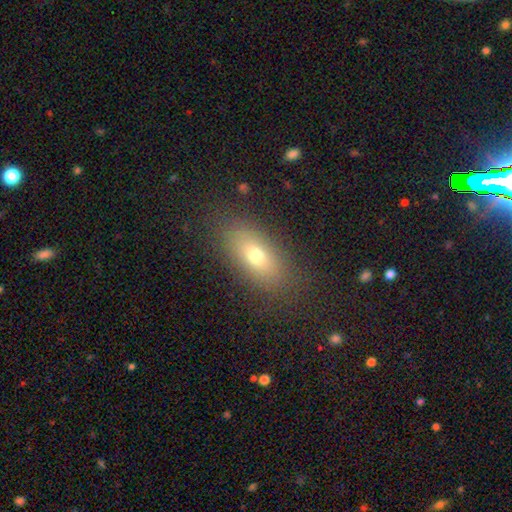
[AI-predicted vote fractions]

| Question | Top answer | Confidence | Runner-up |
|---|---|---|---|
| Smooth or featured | smooth | 71% | featured or disk (18%) |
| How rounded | in between | 81% | cigar-shaped (12%) |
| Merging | none | 84% | minor disturbance (10%) |